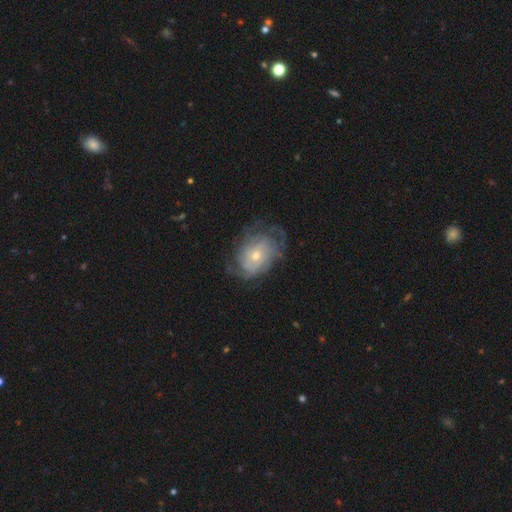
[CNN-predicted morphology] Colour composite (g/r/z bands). It shows a featured or disk galaxy (73%) with no bar (75%), tight (57%) spiral arms (85%) and a small central bulge (55%). Merging: none (62%).